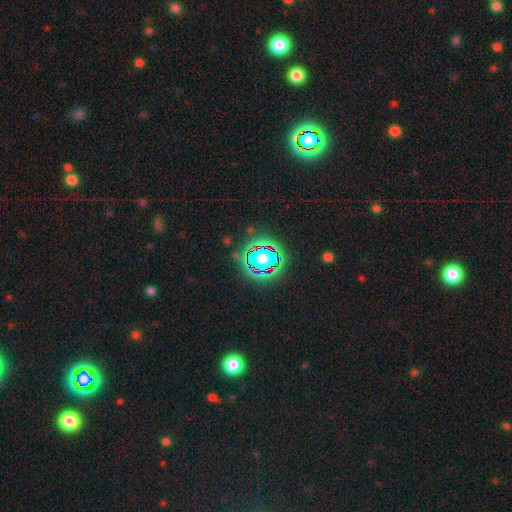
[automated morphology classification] smooth_or_featured: star or artifact (p=0.81) [alt: smooth p=0.12]